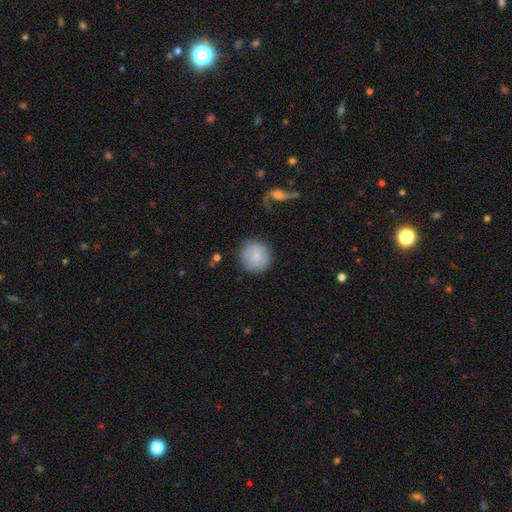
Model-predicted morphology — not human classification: Smooth or featured?
  - smooth: 78% *
  - featured or disk: 15%
  - star or artifact: 7%
How rounded?
  - round: 93% *
  - in between: 6%
  - cigar-shaped: 1%
Merging?
  - none: 84% *
  - minor disturbance: 11%
  - major disturbance: 3%
  - merger: 2%